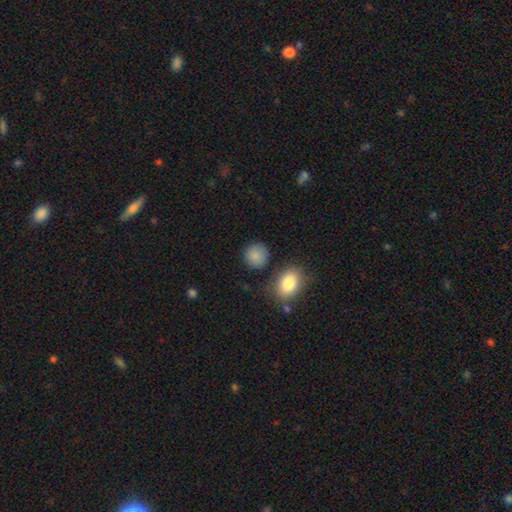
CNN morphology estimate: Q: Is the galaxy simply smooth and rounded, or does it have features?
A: smooth — 88%.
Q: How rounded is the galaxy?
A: round — 86%.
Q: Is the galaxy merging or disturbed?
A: none — 84%.